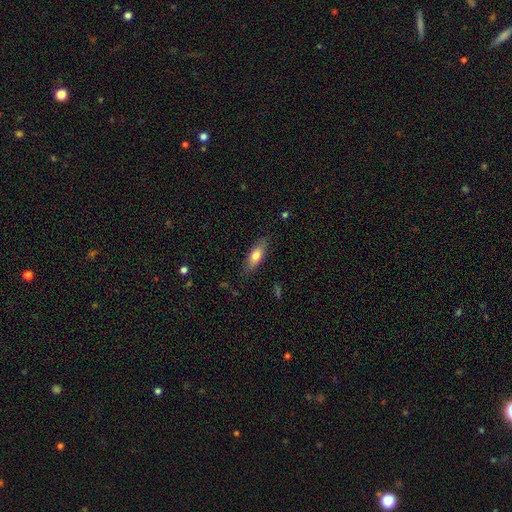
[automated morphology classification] Smooth or featured? smooth (71%)
How rounded? in between (60%)
Merging? none (83%)